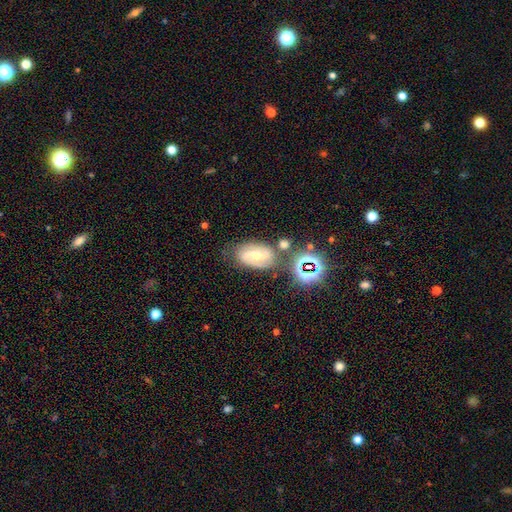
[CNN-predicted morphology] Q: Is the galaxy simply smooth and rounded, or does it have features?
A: featured or disk — 60%.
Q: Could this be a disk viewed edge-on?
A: no — 95%.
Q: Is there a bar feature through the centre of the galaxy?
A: weak — 42%.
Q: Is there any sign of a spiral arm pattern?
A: yes — 81%.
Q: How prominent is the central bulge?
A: moderate — 53%.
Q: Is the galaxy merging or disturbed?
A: none — 69%.